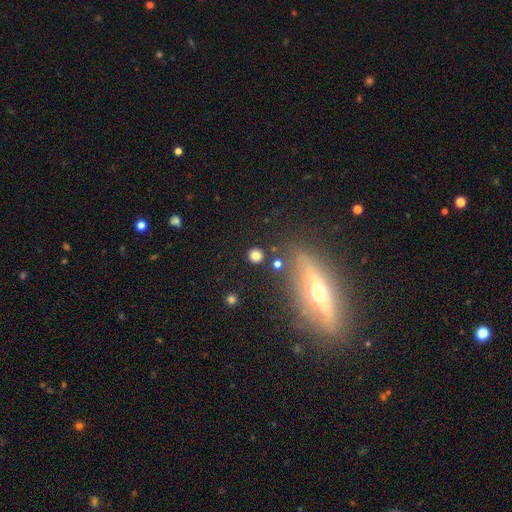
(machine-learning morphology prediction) smooth-or-featured: smooth: 79% | star or artifact: 14% | featured or disk: 7%
  how-rounded: round: 91% | in between: 8% | cigar-shaped: 2%
  merging: none: 86% | minor disturbance: 7% | merger: 4% | major disturbance: 3%